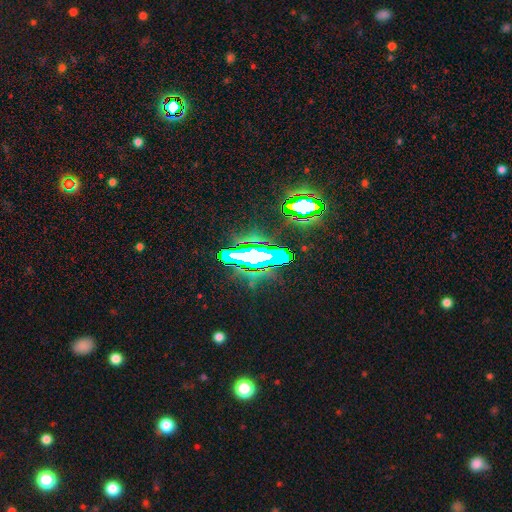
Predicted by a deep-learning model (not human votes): The model was most divided on "smooth or featured": star or artifact: 53%, featured or disk: 27%, smooth: 20%.